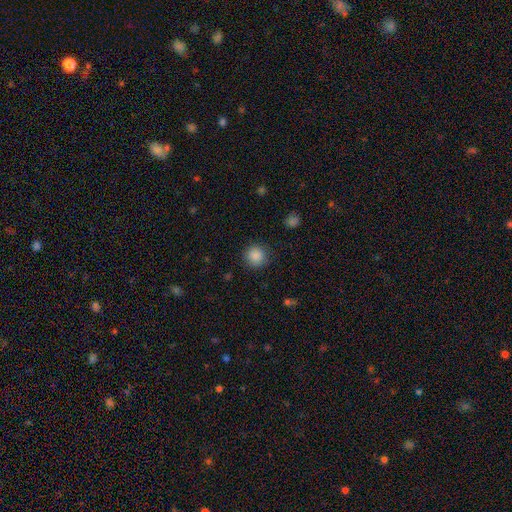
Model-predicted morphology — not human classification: Smooth or featured? Predicted: smooth (p=0.87). How rounded? Predicted: round (p=0.94). Merging? Predicted: none (p=0.89).